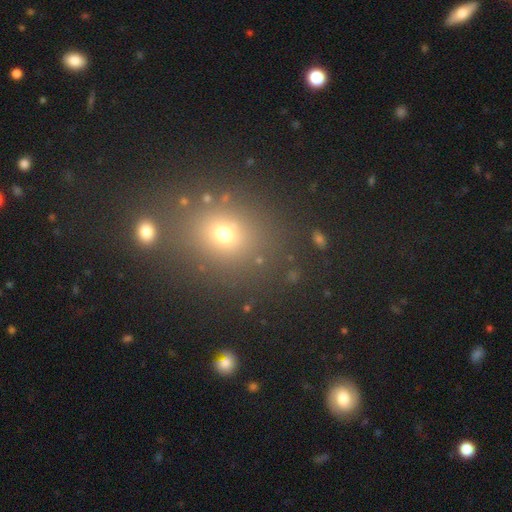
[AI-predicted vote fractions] This appears to be a smooth galaxy with no disk features (56%) that is round (59%). Merging: none (81%).